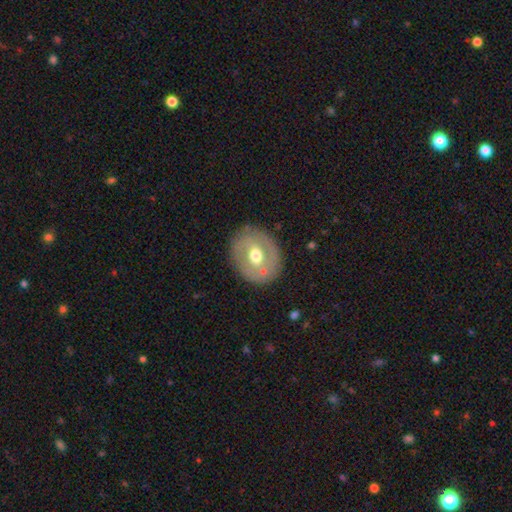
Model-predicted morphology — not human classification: type=featured or disk (49%); merging=none (78%).